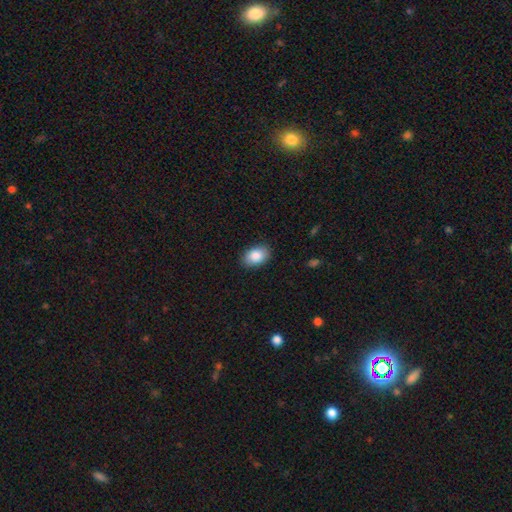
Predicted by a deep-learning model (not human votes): Smooth or featured: smooth — 87% (star or artifact — 7%)
How rounded: in between — 86% (round — 13%)
Merging: none — 88% (minor disturbance — 9%)